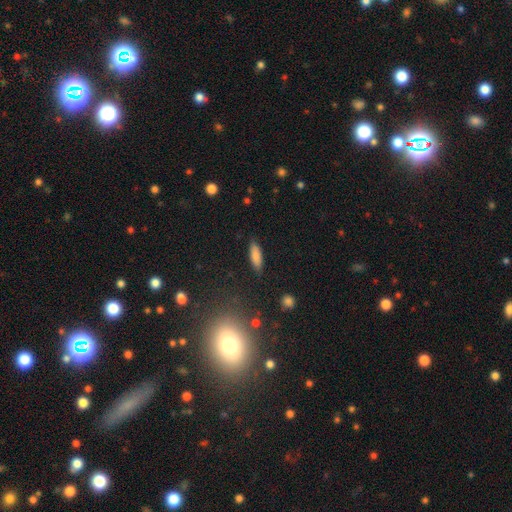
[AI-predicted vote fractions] smooth_or_featured: smooth (p=0.83) [alt: featured or disk p=0.09]
how_rounded: in between (p=0.50) [alt: cigar-shaped p=0.48]
merging: none (p=0.85) [alt: minor disturbance p=0.11]